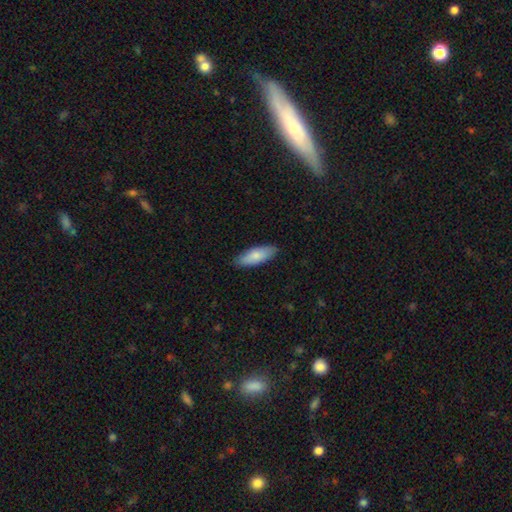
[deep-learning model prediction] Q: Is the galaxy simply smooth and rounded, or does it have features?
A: smooth — 81%.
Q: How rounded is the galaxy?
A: in between — 69%.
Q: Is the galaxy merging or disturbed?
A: none — 86%.